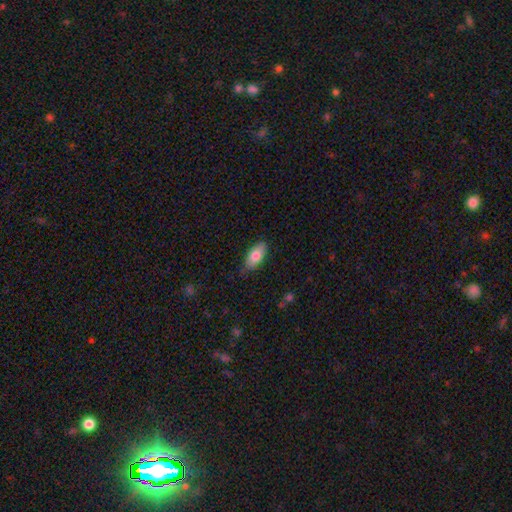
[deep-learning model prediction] Overall: smooth (77%). How rounded: in between (89%). Merging: none (77%).